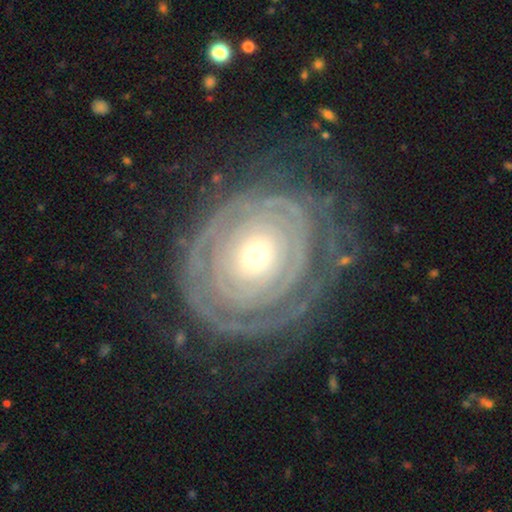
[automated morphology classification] Q: Smooth or featured?
A: featured or disk (87%); runner-up: smooth (8%)
Q: Edge-on disk?
A: no (96%); runner-up: yes (4%)
Q: Bar?
A: no (83%); runner-up: weak (11%)
Q: Spiral arms?
A: yes (91%); runner-up: no (9%)
Q: Spiral winding?
A: tight (84%); runner-up: medium (11%)
Q: Spiral arm count?
A: can't tell (35%); runner-up: 2 (21%)
Q: Bulge size?
A: small (52%); runner-up: moderate (42%)
Q: Merging?
A: none (69%); runner-up: minor disturbance (16%)